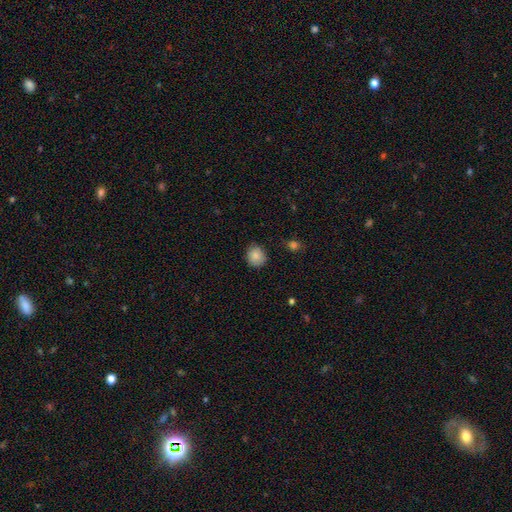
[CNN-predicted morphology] A smooth galaxy with no disk features (85%) that is round (78%).

Vote fractions:
- Smooth or featured? smooth: 85% / star or artifact: 9% / featured or disk: 6%
- How rounded? round: 78% / in between: 21% / cigar-shaped: 1%
- Merging? none: 82% / minor disturbance: 14% / major disturbance: 2% / merger: 1%